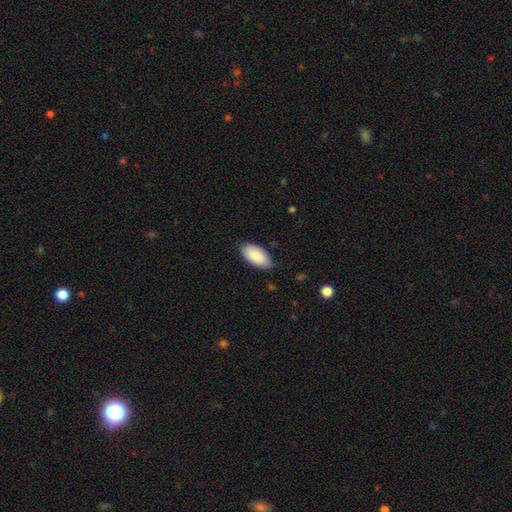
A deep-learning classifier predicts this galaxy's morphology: The model was most divided on "merging": none: 80%, minor disturbance: 16%, major disturbance: 3%, merger: 1%. More confident: how rounded — in between (95%); smooth or featured — smooth (88%).